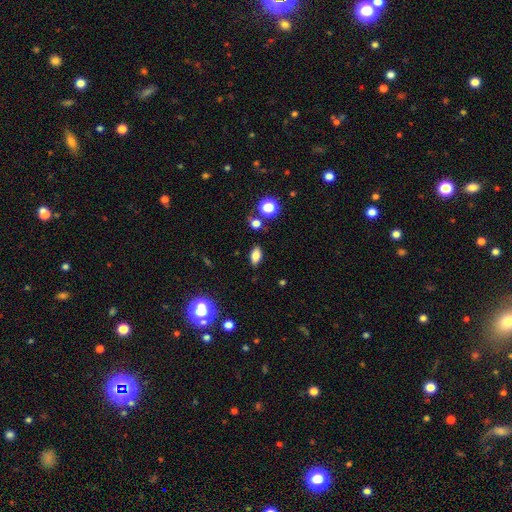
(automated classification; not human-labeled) Smooth or featured? smooth (77%)
How rounded? in between (85%)
Merging? none (86%)